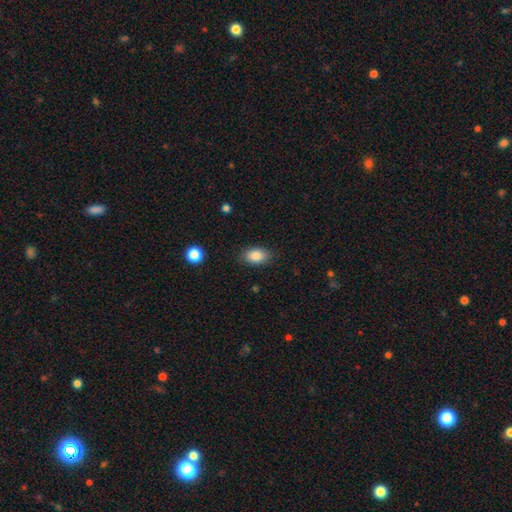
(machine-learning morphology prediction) smooth-or-featured: smooth: 86% | star or artifact: 8% | featured or disk: 6%
  how-rounded: in between: 87% | round: 12% | cigar-shaped: 1%
  merging: none: 84% | minor disturbance: 12% | major disturbance: 3% | merger: 1%